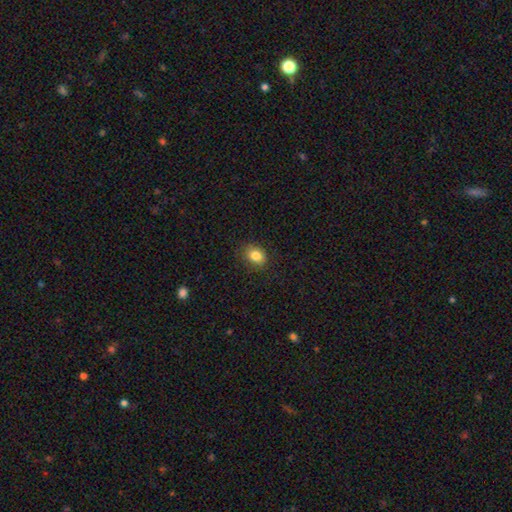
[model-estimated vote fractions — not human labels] smooth-or-featured: smooth: 84% | star or artifact: 10% | featured or disk: 6%
  how-rounded: in between: 63% | round: 36% | cigar-shaped: 1%
  merging: none: 84% | minor disturbance: 12% | major disturbance: 3% | merger: 1%